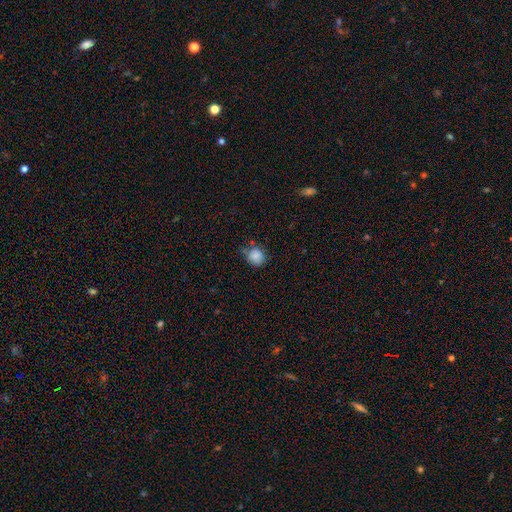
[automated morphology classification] type=smooth (85%); roundness=round (77%); merging=none (64%).